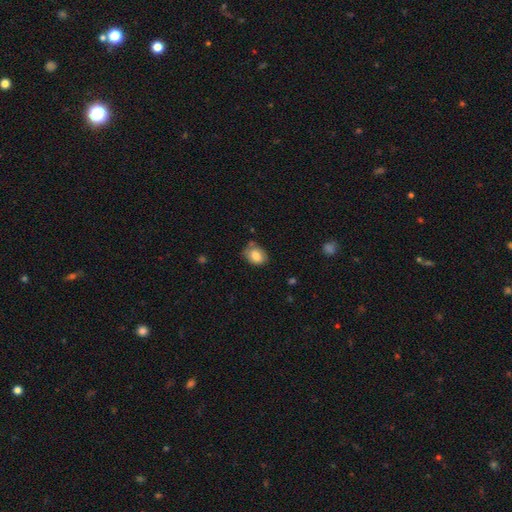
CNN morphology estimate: Smooth or featured?
  - smooth: 81% *
  - featured or disk: 11%
  - star or artifact: 8%
How rounded?
  - in between: 71% *
  - round: 28%
  - cigar-shaped: 1%
Merging?
  - none: 64% *
  - minor disturbance: 26%
  - major disturbance: 5%
  - merger: 5%